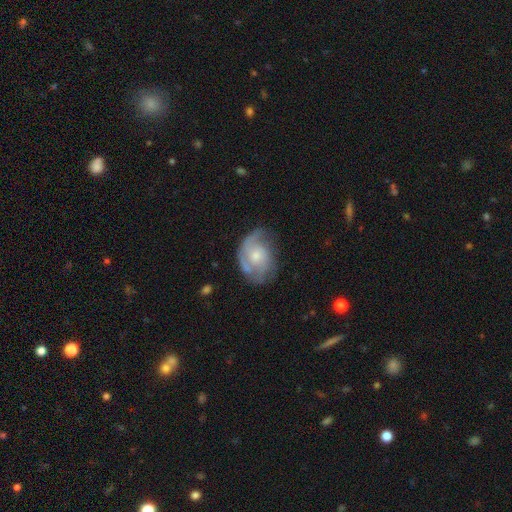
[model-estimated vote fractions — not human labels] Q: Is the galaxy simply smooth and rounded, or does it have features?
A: featured or disk — 74%.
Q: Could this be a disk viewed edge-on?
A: no — 97%.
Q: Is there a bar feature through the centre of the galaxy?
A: no — 75%.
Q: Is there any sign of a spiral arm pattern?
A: yes — 88%.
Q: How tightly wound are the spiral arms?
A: tight — 42%.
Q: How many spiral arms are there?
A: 2 — 40%.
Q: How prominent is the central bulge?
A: small — 47%.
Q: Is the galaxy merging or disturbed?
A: none — 56%.